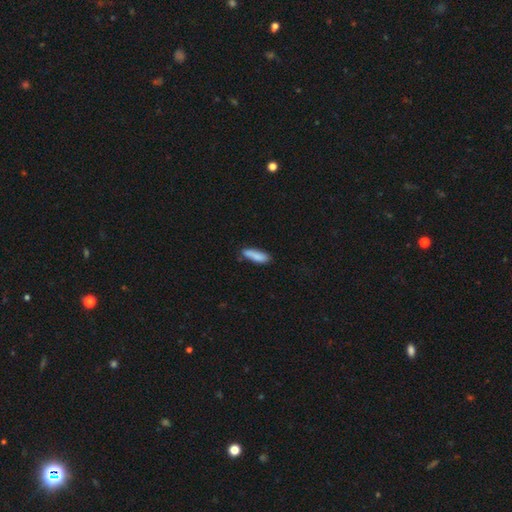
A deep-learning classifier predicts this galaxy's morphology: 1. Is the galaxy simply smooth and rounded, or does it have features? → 84% smooth, 9% featured or disk, 7% star or artifact.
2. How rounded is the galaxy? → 62% cigar-shaped, 36% in between, 2% round.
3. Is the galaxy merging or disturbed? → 68% none, 22% minor disturbance, 6% merger, 4% major disturbance.